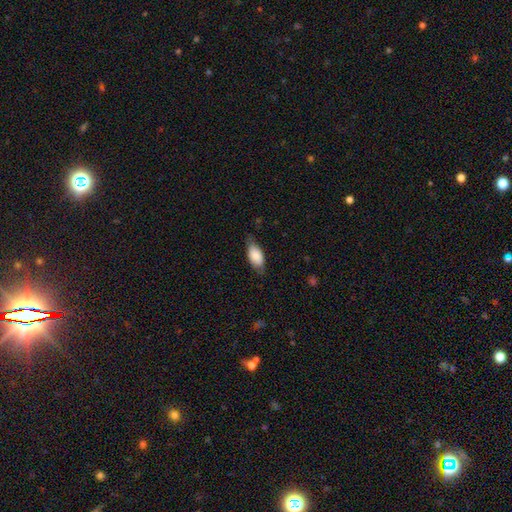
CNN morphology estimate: Q: Smooth or featured?
A: smooth (83%); runner-up: featured or disk (11%)
Q: How rounded?
A: in between (91%); runner-up: cigar-shaped (6%)
Q: Merging?
A: none (68%); runner-up: minor disturbance (25%)